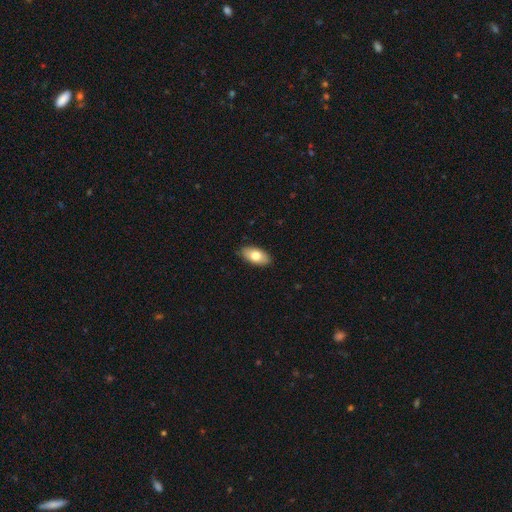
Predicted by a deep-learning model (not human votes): Q: Smooth or featured?
A: smooth (77%); runner-up: featured or disk (17%)
Q: How rounded?
A: in between (93%); runner-up: cigar-shaped (4%)
Q: Merging?
A: none (88%); runner-up: minor disturbance (9%)